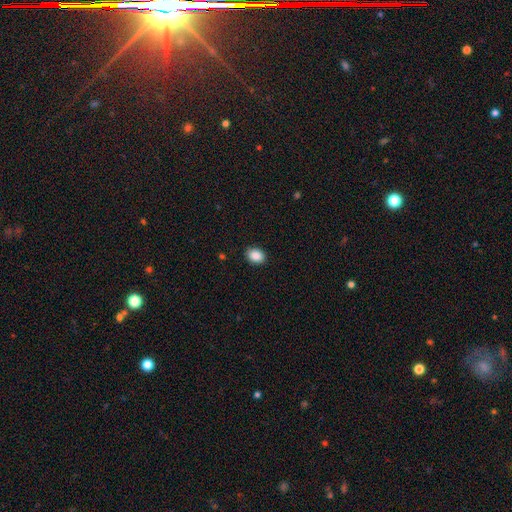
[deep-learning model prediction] The model was most divided on "how rounded": in between: 72%, round: 27%, cigar-shaped: 1%. More confident: merging — none (90%); smooth or featured — smooth (89%).